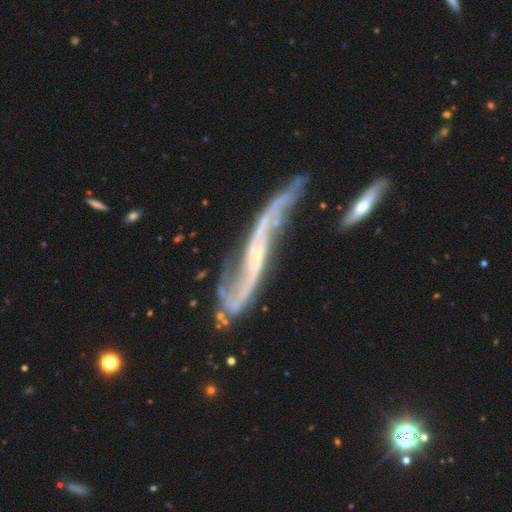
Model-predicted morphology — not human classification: Overall: featured or disk (88%). Edge-on disk: no (71%). Bar: weak (37%, tied with no). Spiral arms: yes (93%). Spiral arm count: 2 (84%). Spiral winding: loose (75%). Bulge size: small (71%). Merging: none (43%; minor disturbance 22%).